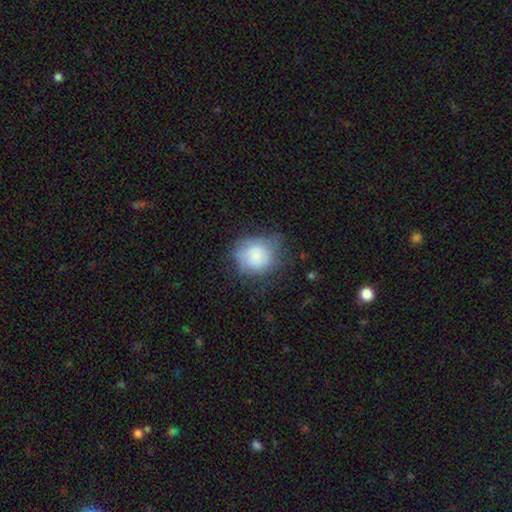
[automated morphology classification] type=smooth (64%); roundness=round (76%); merging=none (49%).